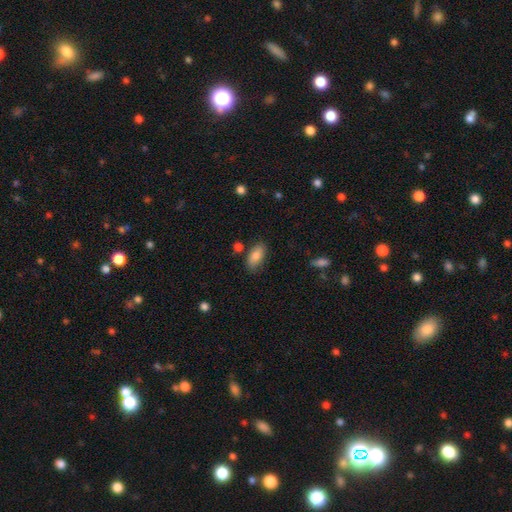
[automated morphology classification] The model was most divided on "merging": none: 78%, minor disturbance: 15%, merger: 4%, major disturbance: 3%. More confident: how rounded — in between (91%); smooth or featured — smooth (83%).